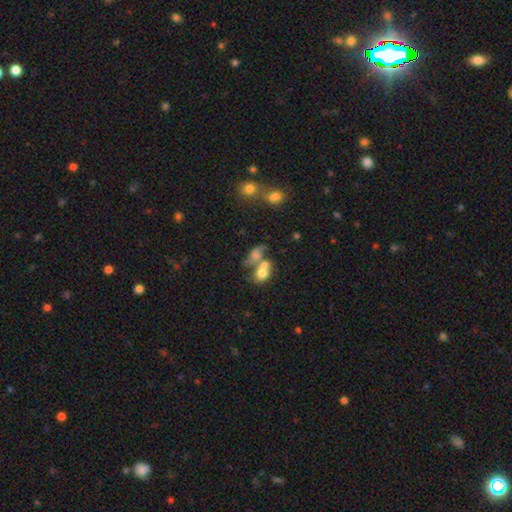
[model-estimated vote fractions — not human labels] Smooth or featured? Predicted: smooth (p=0.55). How rounded? Predicted: in between (p=0.67). Merging? Predicted: merger (p=0.58).